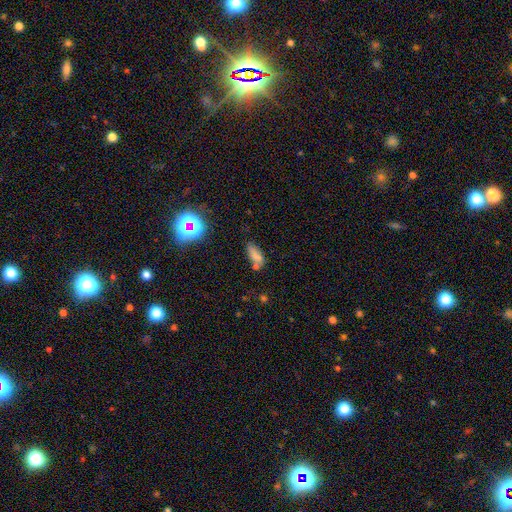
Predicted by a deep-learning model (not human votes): Smooth or featured: smooth — 69% (star or artifact — 17%)
How rounded: in between — 71% (cigar-shaped — 23%)
Merging: none — 49% (minor disturbance — 22%)